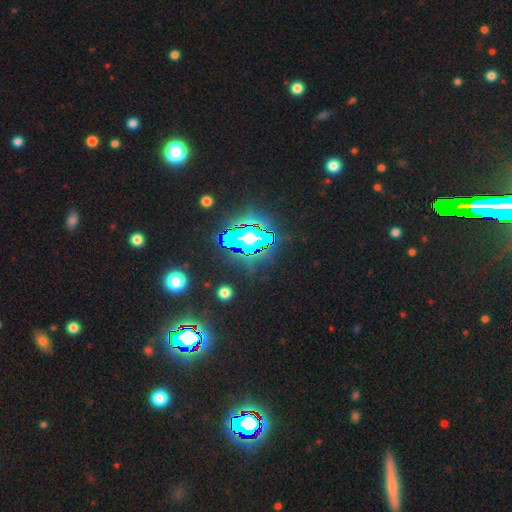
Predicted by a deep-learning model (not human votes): Morphology: type=star or artifact (84%).